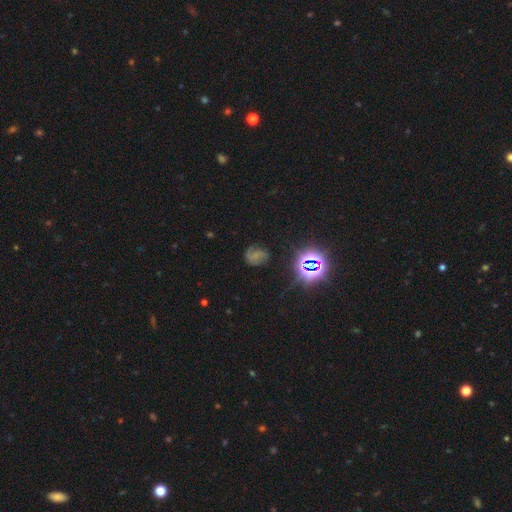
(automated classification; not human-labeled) smooth_or_featured: featured or disk (p=0.45) [alt: star or artifact p=0.28]
merging: none (p=0.60) [alt: minor disturbance p=0.22]